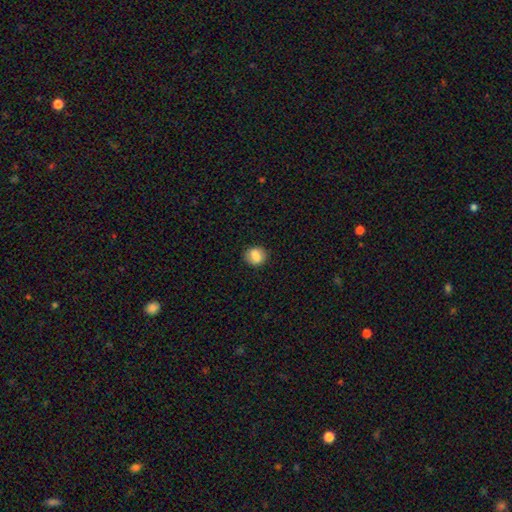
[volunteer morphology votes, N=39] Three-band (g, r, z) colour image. It shows a smooth galaxy with no disk features (87%) that is round (74%). Merging: none (83%).